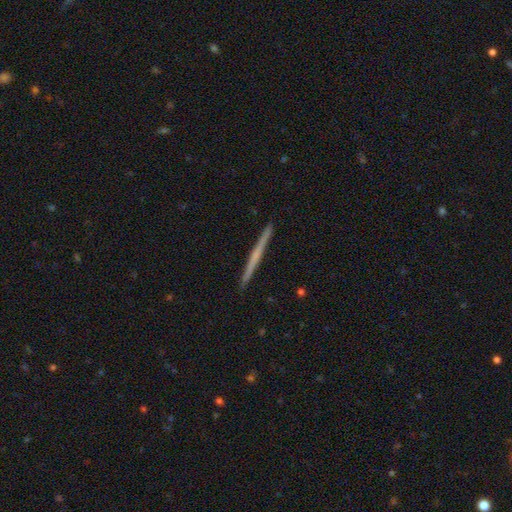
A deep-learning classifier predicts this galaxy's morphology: Smooth or featured: featured or disk — 60% (smooth — 34%)
Edge-on disk: yes — 98% (no — 2%)
Edge-on bulge: none — 74% (rounded — 21%)
Merging: none — 93% (minor disturbance — 5%)